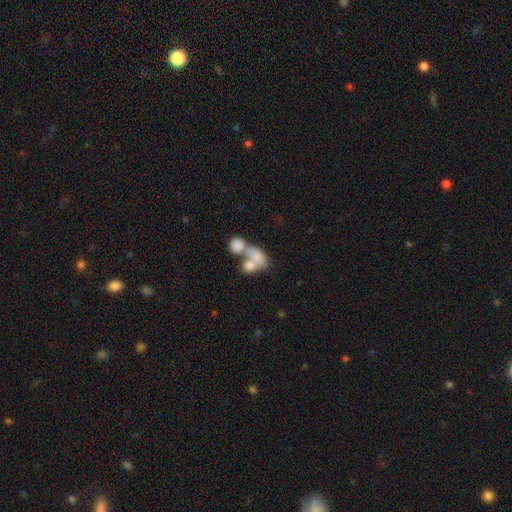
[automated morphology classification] A smooth galaxy with no disk features (71%) that is in between round and cigar-shaped (76%).

Vote fractions:
- Smooth or featured? smooth: 71% / featured or disk: 20% / star or artifact: 9%
- How rounded? in between: 76% / round: 21% / cigar-shaped: 4%
- Merging? merger: 66% / none: 20% / minor disturbance: 7% / major disturbance: 7%